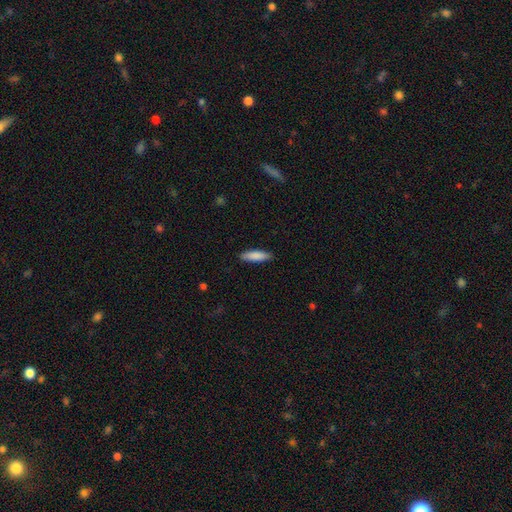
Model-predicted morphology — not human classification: smooth-or-featured: smooth: 86% | featured or disk: 8% | star or artifact: 5%
  how-rounded: cigar-shaped: 64% | in between: 34% | round: 1%
  merging: none: 89% | minor disturbance: 8% | major disturbance: 2% | merger: 1%